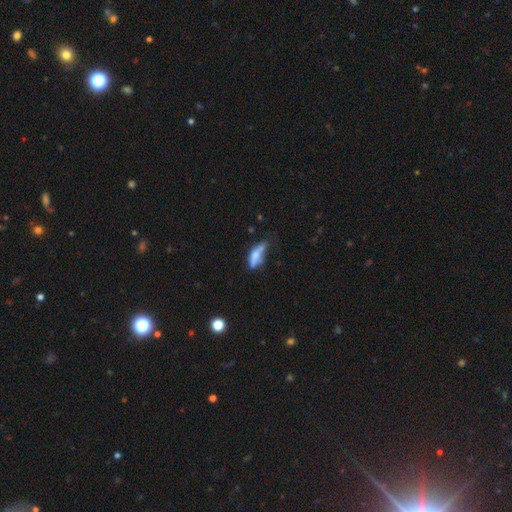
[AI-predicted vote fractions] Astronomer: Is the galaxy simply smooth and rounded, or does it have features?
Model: smooth — 57% (runner-up: featured or disk, 33%).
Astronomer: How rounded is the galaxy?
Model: in between — 53% (runner-up: cigar-shaped, 44%).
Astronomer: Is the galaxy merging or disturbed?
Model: none — 34% (runner-up: minor disturbance, 30%).